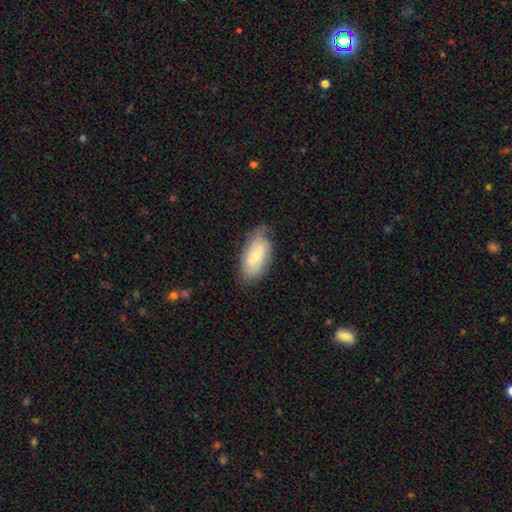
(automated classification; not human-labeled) Smooth or featured: featured or disk — 53% (smooth — 40%)
Edge-on disk: no — 93% (yes — 7%)
Merging: none — 70% (minor disturbance — 23%)